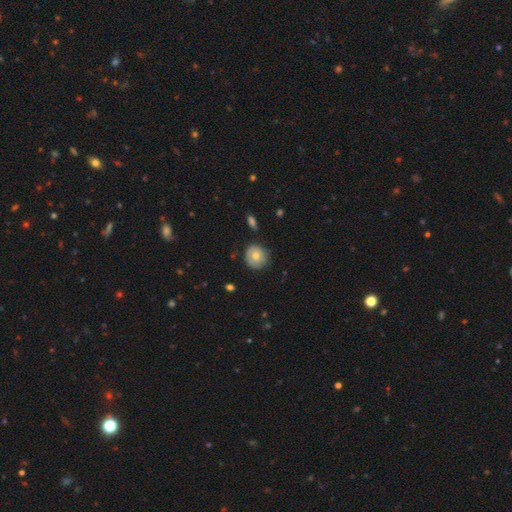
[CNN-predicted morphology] A smooth galaxy with no disk features (70%) that is round (91%).

Vote fractions:
- Smooth or featured? smooth: 70% / featured or disk: 22% / star or artifact: 9%
- How rounded? round: 91% / in between: 8% / cigar-shaped: 1%
- Merging? none: 79% / minor disturbance: 17% / major disturbance: 3% / merger: 2%